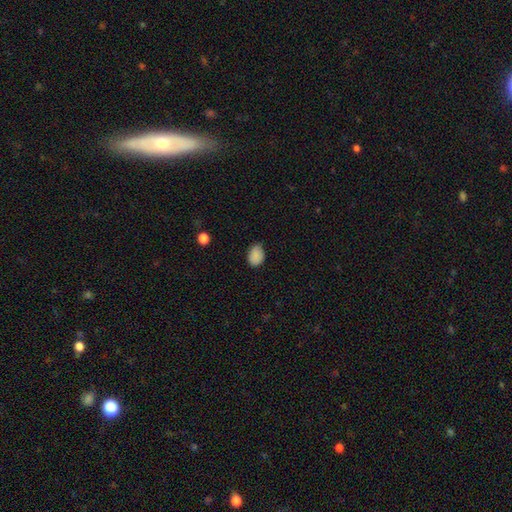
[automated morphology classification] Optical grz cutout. It shows a smooth galaxy with no disk features (88%) that is in between round and cigar-shaped (75%). Merging: none (74%).